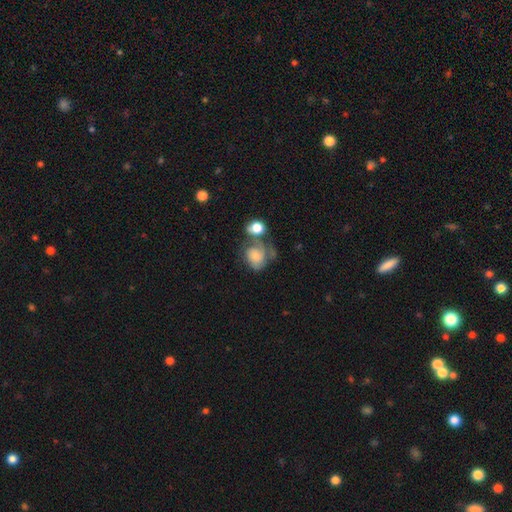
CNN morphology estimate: Smooth or featured? smooth (54%)
How rounded? round (57%)
Merging? merger (30%)